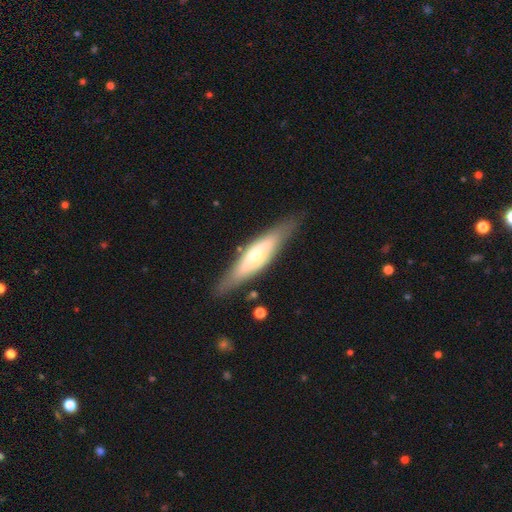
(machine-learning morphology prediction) featured or disk 52%, smooth 42%, star or artifact 6%. Down the decision tree: edge-on disk — yes (79%); merging — none (83%).